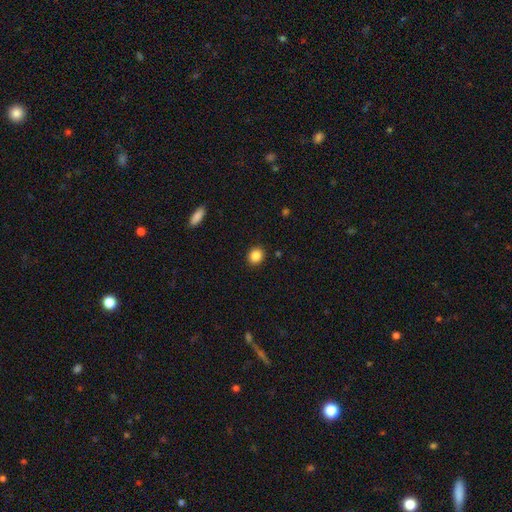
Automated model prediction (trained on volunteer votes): A smooth galaxy with no disk features (85%) that is round (78%). Merging: none (91%).